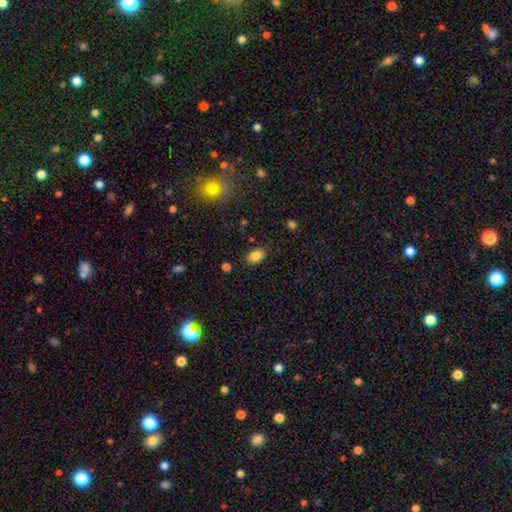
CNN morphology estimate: Smooth or featured? Predicted: smooth (p=0.85). How rounded? Predicted: in between (p=0.84). Merging? Predicted: none (p=0.85).